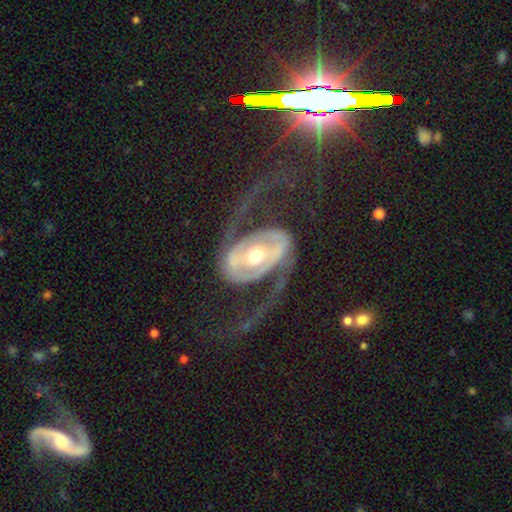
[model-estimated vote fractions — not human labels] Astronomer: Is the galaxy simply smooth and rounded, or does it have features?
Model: featured or disk — 89%.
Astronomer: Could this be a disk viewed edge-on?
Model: no — 95%.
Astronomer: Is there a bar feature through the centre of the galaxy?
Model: strong — 40% (runner-up: weak, 30%).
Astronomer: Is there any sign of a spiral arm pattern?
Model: yes — 86%.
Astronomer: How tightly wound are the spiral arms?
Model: loose — 55% (runner-up: medium, 31%).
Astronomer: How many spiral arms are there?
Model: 2 — 91%.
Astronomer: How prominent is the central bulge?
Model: moderate — 77%.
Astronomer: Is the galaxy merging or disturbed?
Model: none — 54% (runner-up: major disturbance, 32%).